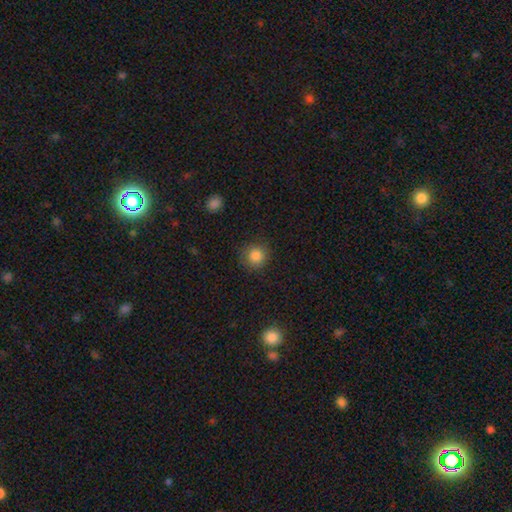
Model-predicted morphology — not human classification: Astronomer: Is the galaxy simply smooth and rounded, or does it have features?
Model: smooth — 85%.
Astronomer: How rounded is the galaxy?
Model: round — 92%.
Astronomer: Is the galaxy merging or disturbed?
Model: none — 85%.